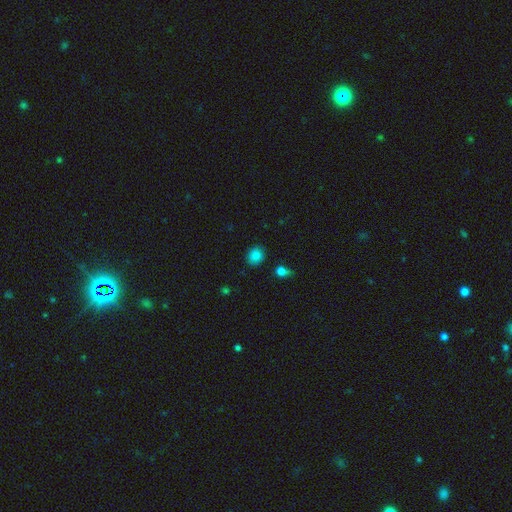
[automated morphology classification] smooth 86%, star or artifact 10%, featured or disk 4%. Down the decision tree: how rounded — round (73%); merging — none (85%).